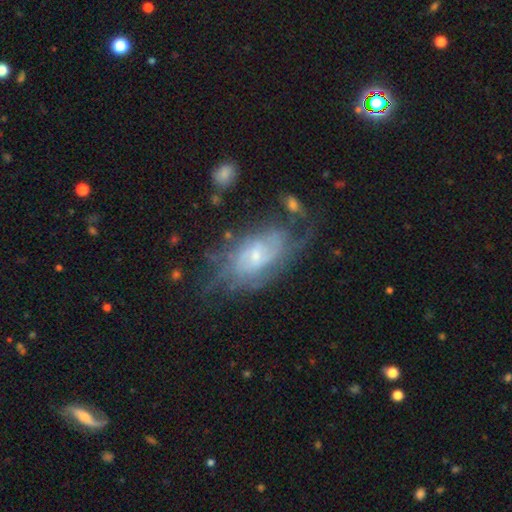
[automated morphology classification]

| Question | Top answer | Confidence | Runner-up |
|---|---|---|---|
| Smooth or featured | featured or disk | 73% | smooth (19%) |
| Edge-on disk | no | 94% | yes (6%) |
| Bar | no | 54% | weak (39%) |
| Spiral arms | yes | 82% | no (18%) |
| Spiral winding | tight | 52% | medium (34%) |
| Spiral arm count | can't tell | 58% | 2 (19%) |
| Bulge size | small | 64% | moderate (27%) |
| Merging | none | 53% | minor disturbance (24%) |